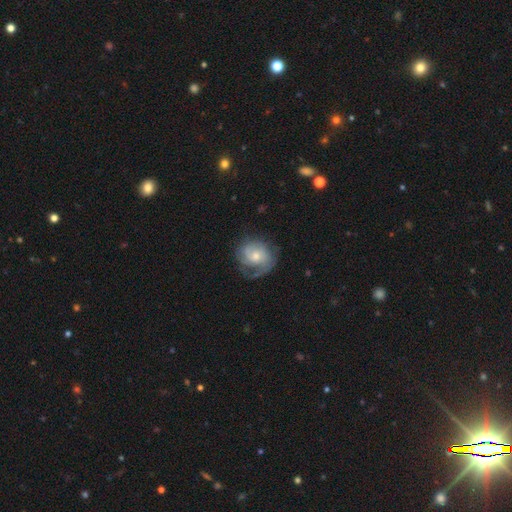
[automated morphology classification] Smooth or featured?
  - featured or disk: 69% *
  - smooth: 25%
  - star or artifact: 6%
Edge-on disk?
  - no: 98% *
  - yes: 2%
Bar?
  - no: 70% *
  - weak: 26%
  - strong: 4%
Spiral arms?
  - yes: 89% *
  - no: 11%
Spiral winding?
  - tight: 48% *
  - medium: 35%
  - loose: 17%
Spiral arm count?
  - 2: 35% *
  - can't tell: 25%
  - 1: 25%
  - 3: 10%
  - 4: 3%
  - more than 4: 3%
Bulge size?
  - small: 47% *
  - moderate: 46%
  - large: 4%
  - none: 2%
  - dominant: 1%
Merging?
  - none: 57% *
  - minor disturbance: 23%
  - major disturbance: 18%
  - merger: 2%